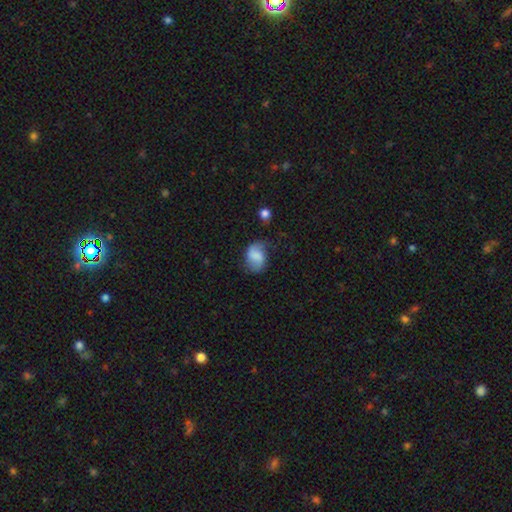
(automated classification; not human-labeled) The model was most divided on "smooth or featured": smooth: 53%, featured or disk: 38%, star or artifact: 9%. More confident: how rounded — in between (66%); merging — none (57%).